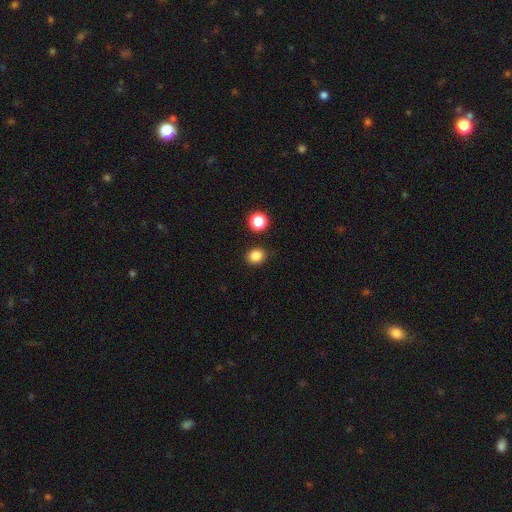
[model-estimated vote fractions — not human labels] Smooth or featured? Predicted: smooth (p=0.85). How rounded? Predicted: round (p=0.67). Merging? Predicted: none (p=0.88).